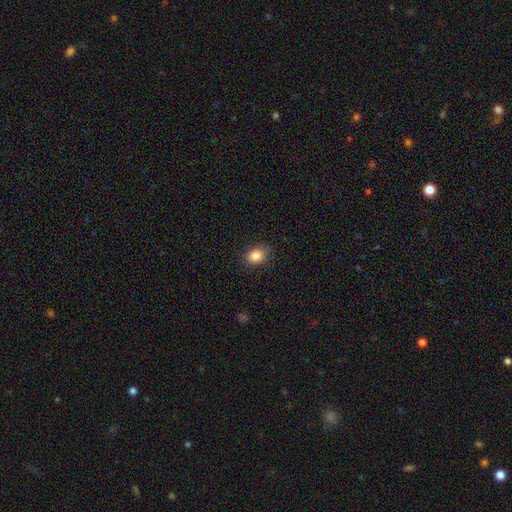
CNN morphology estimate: Smooth or featured?
  - smooth: 85% *
  - star or artifact: 9%
  - featured or disk: 6%
How rounded?
  - in between: 66% *
  - round: 33%
  - cigar-shaped: 1%
Merging?
  - none: 81% *
  - minor disturbance: 15%
  - major disturbance: 3%
  - merger: 1%